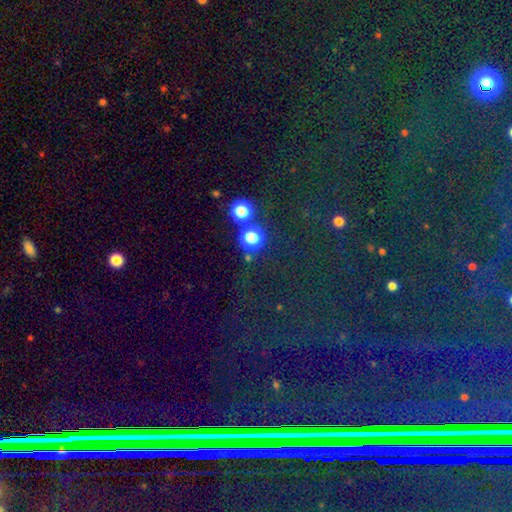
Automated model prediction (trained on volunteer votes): Overall: star or artifact (72%).